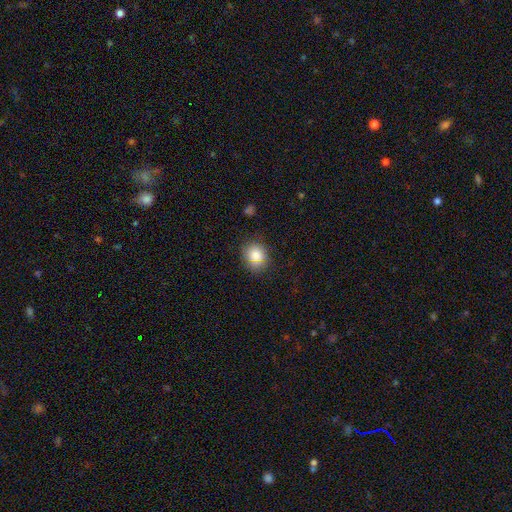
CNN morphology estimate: Smooth or featured? smooth (80%)
How rounded? round (75%)
Merging? none (83%)